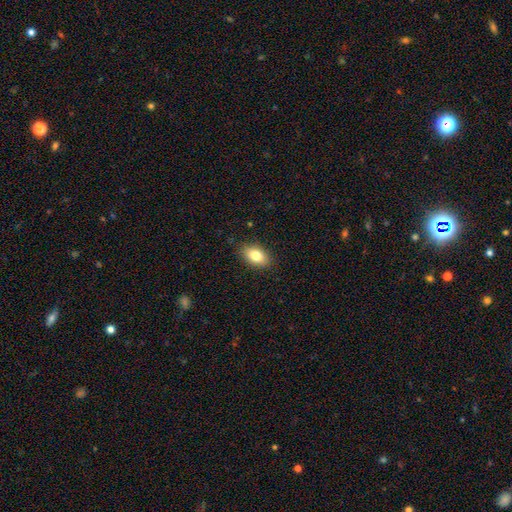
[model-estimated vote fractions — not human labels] smooth 80%, featured or disk 12%, star or artifact 8%. Down the decision tree: how rounded — in between (87%); merging — none (88%).